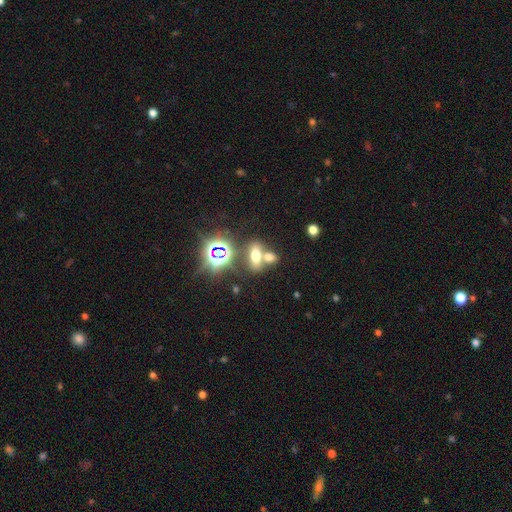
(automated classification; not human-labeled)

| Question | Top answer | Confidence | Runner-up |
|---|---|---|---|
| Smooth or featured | smooth | 55% | star or artifact (28%) |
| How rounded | in between | 75% | round (15%) |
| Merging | merger | 45% | none (42%) |